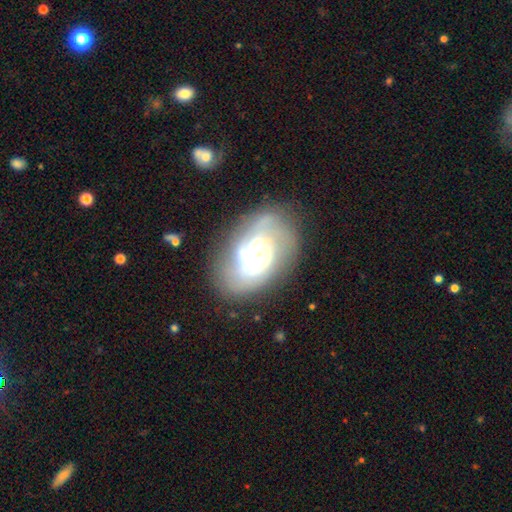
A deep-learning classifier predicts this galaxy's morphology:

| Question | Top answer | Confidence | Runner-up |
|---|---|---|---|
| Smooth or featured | featured or disk | 71% | smooth (20%) |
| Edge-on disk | no | 96% | yes (4%) |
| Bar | no | 67% | weak (25%) |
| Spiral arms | yes | 69% | no (31%) |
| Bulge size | small | 49% | moderate (32%) |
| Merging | none | 56% | minor disturbance (21%) |